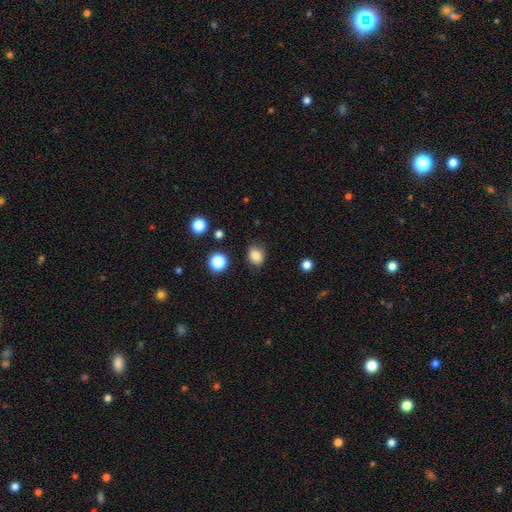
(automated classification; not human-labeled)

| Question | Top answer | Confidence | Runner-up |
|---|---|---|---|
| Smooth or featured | smooth | 84% | star or artifact (11%) |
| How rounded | round | 53% | in between (46%) |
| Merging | none | 81% | minor disturbance (13%) |